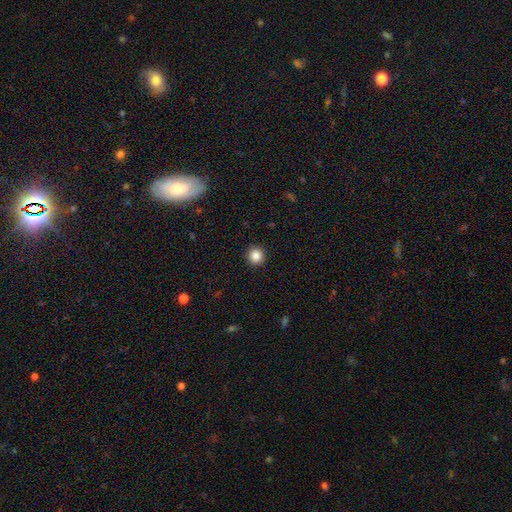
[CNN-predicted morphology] smooth-or-featured: smooth: 85% | star or artifact: 10% | featured or disk: 4%
  how-rounded: round: 95% | in between: 4% | cigar-shaped: 1%
  merging: none: 93% | minor disturbance: 4% | major disturbance: 2% | merger: 1%